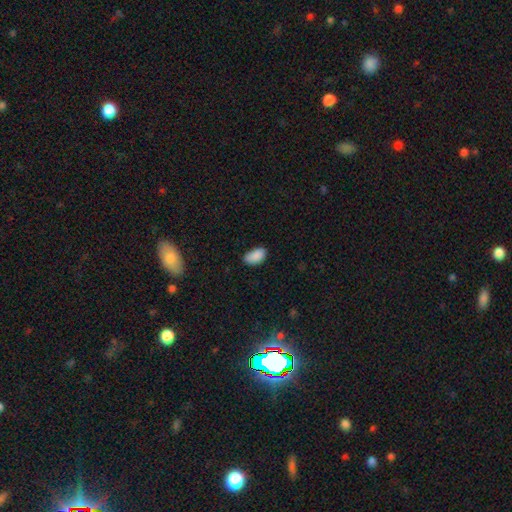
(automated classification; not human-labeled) smooth-or-featured: smooth: 89% | star or artifact: 8% | featured or disk: 4%
  how-rounded: in between: 94% | round: 4% | cigar-shaped: 2%
  merging: none: 73% | minor disturbance: 22% | major disturbance: 3% | merger: 1%